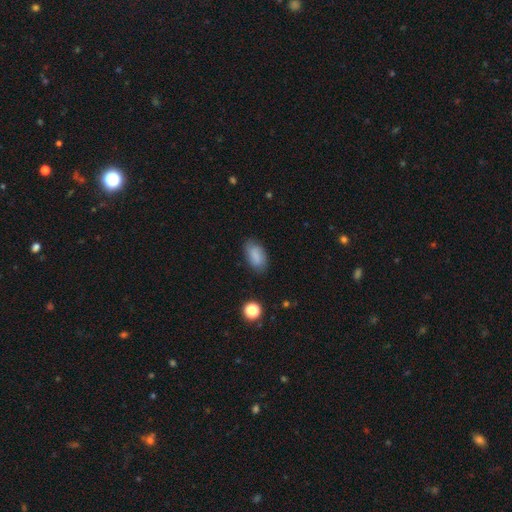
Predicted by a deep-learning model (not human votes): A smooth galaxy with no disk features (81%) that is in between round and cigar-shaped (92%).

Vote fractions:
- Smooth or featured? smooth: 81% / featured or disk: 10% / star or artifact: 8%
- How rounded? in between: 92% / round: 4% / cigar-shaped: 4%
- Merging? none: 78% / minor disturbance: 16% / major disturbance: 4% / merger: 2%